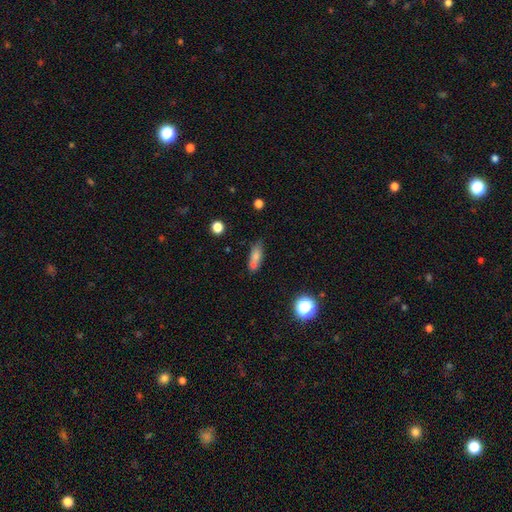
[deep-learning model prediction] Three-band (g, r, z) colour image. It shows a smooth galaxy with no disk features (73%) that is in between round and cigar-shaped (64%). Merging: none (51%).